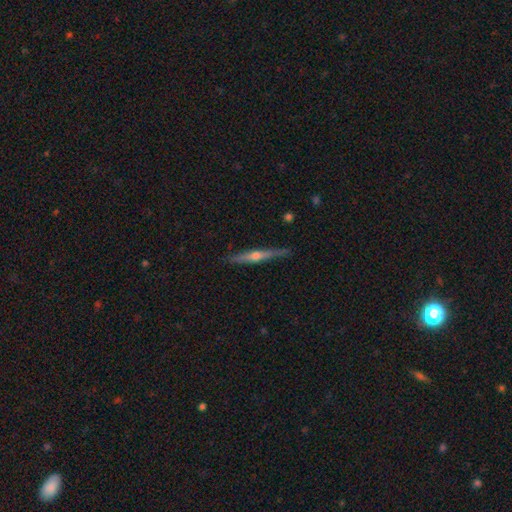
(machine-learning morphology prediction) A featured or disk galaxy (73%) viewed edge-on (98%) with a rounded central bulge (88%). Merging: none (88%).